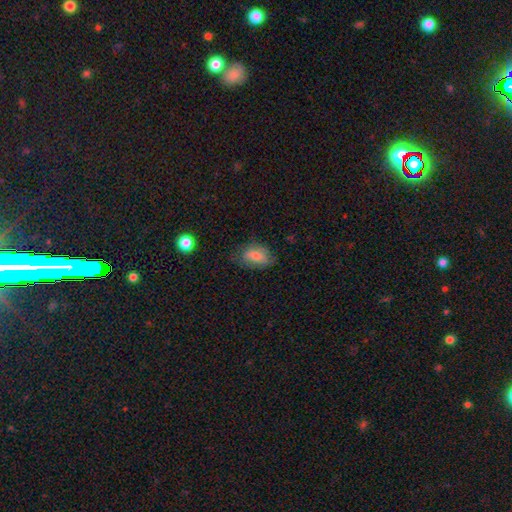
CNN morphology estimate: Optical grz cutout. It shows a smooth galaxy with no disk features (71%) that is in between round and cigar-shaped (87%). Merging: none (64%).